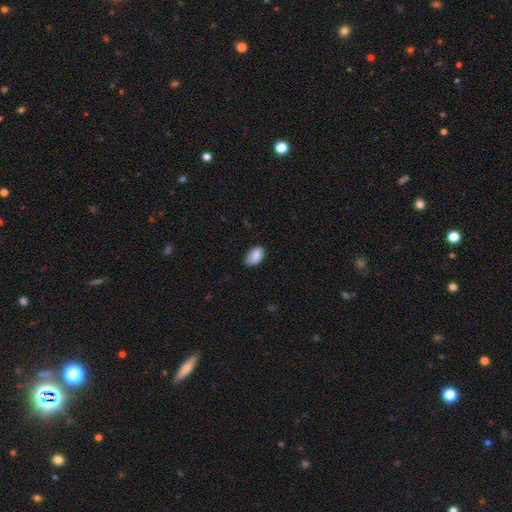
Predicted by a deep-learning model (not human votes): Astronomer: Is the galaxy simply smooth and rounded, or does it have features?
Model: smooth — 86%.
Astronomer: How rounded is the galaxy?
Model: in between — 91%.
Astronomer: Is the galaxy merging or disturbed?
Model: none — 61%.